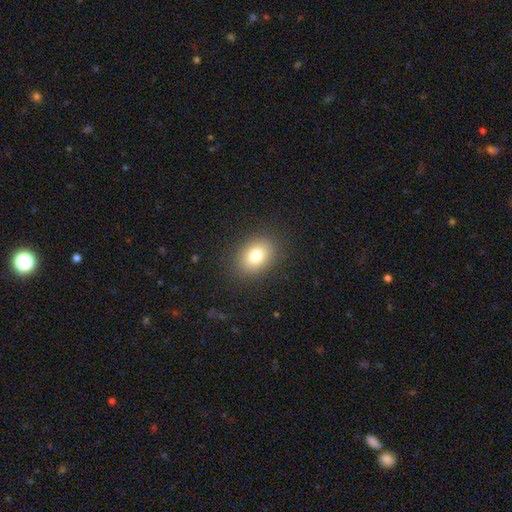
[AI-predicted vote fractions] A smooth galaxy with no disk features (79%) that is in between round and cigar-shaped (64%).

Vote fractions:
- Smooth or featured? smooth: 79% / star or artifact: 11% / featured or disk: 9%
- How rounded? in between: 64% / round: 35% / cigar-shaped: 1%
- Merging? none: 88% / minor disturbance: 8% / major disturbance: 3% / merger: 1%